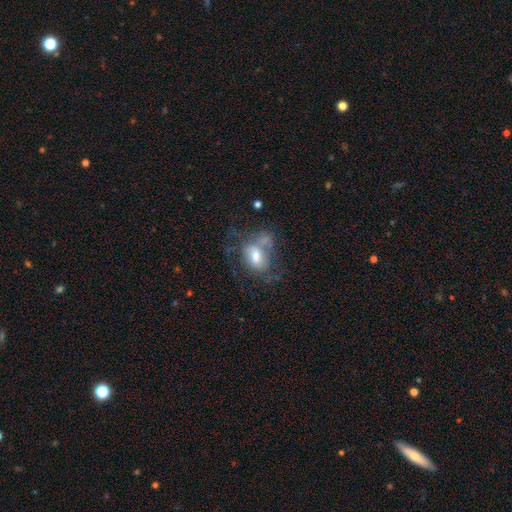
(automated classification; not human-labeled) Overall: smooth (52%; featured or disk 38%). How rounded: in between (78%). Merging: none (33%; major disturbance 27%).